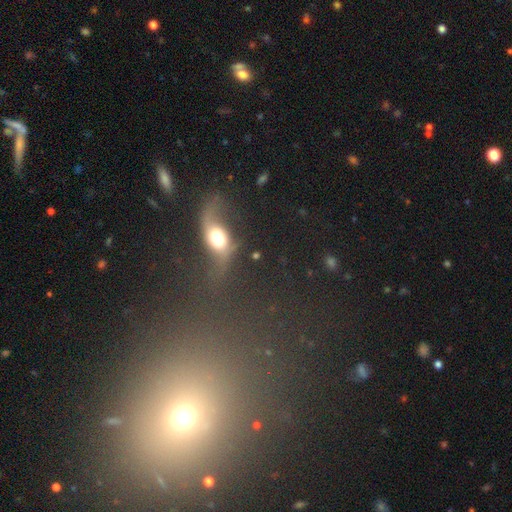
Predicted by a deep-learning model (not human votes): This appears to be a featured or disk galaxy (61%) with no bar (66%), spiral arms (81%) and a large central bulge (42%). Merging: none (51%).